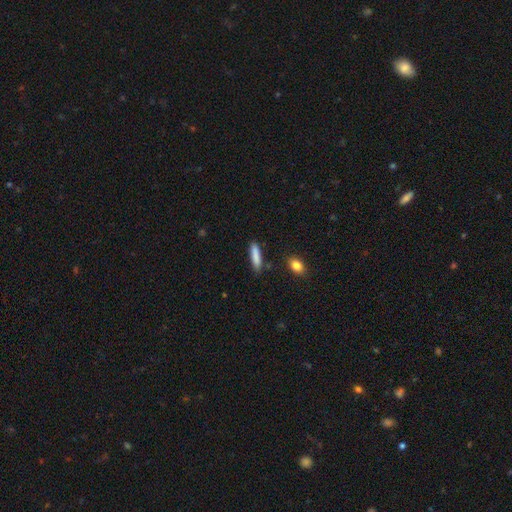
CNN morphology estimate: smooth-or-featured: smooth: 85% | featured or disk: 9% | star or artifact: 7%
  how-rounded: cigar-shaped: 82% | in between: 16% | round: 2%
  merging: none: 84% | minor disturbance: 11% | merger: 3% | major disturbance: 2%